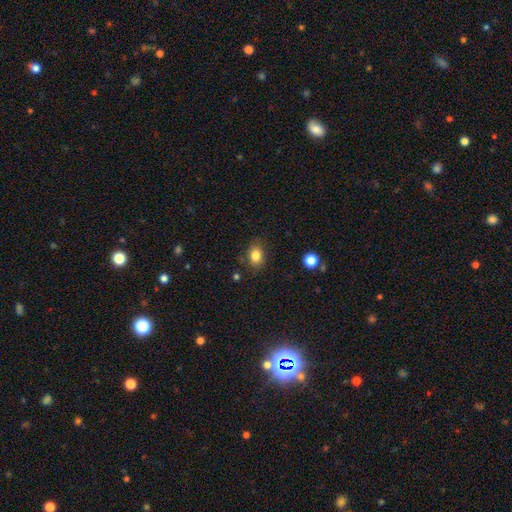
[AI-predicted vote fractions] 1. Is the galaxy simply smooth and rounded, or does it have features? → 83% smooth, 10% star or artifact, 7% featured or disk.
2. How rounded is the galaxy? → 68% in between, 31% round, 1% cigar-shaped.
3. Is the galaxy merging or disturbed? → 82% none, 13% minor disturbance, 3% major disturbance, 2% merger.